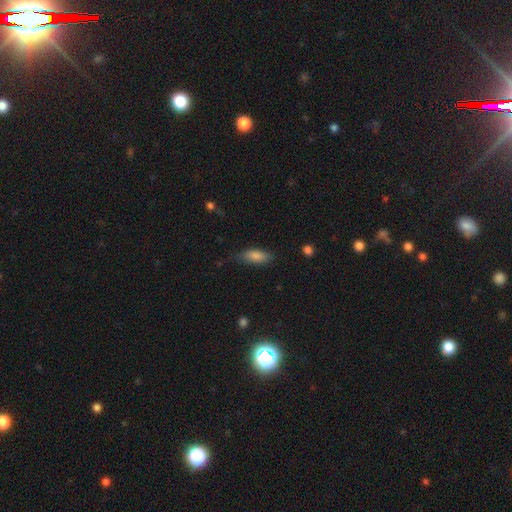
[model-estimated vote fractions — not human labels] smooth 82%, featured or disk 11%, star or artifact 7%. Down the decision tree: how rounded — in between (74%); merging — none (66%).